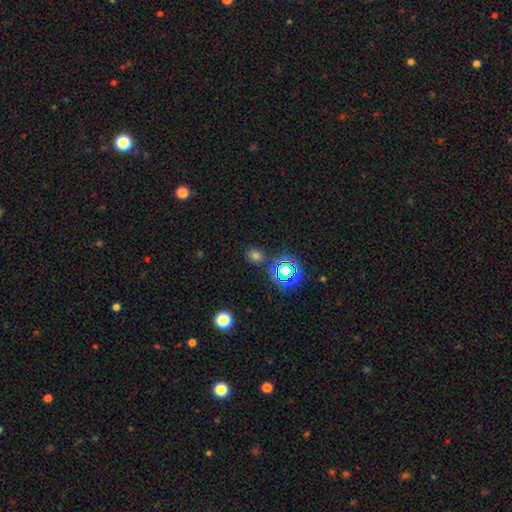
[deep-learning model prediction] The model was most divided on "how rounded": round: 62%, in between: 37%, cigar-shaped: 1%. More confident: merging — none (81%); smooth or featured — smooth (61%).